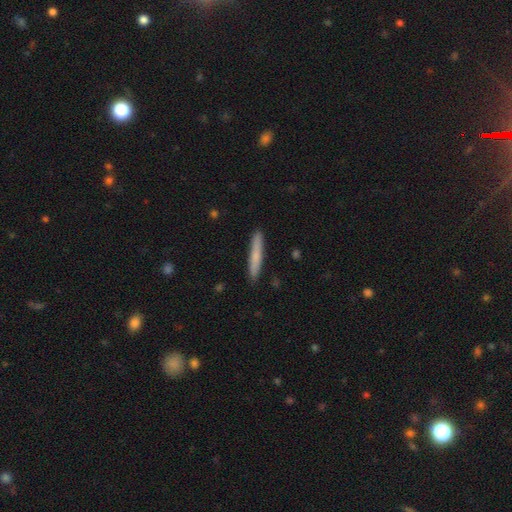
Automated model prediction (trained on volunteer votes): Smooth or featured: smooth — 72% (featured or disk — 23%)
How rounded: cigar-shaped — 95% (in between — 4%)
Merging: none — 90% (minor disturbance — 7%)